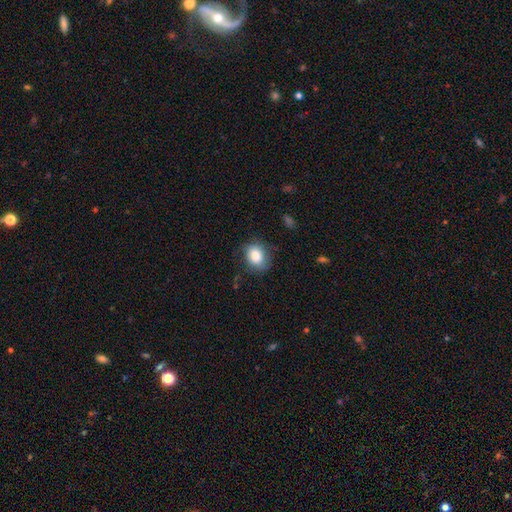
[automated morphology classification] Overall: smooth (85%). How rounded: in between (51%; round 48%). Merging: none (71%).